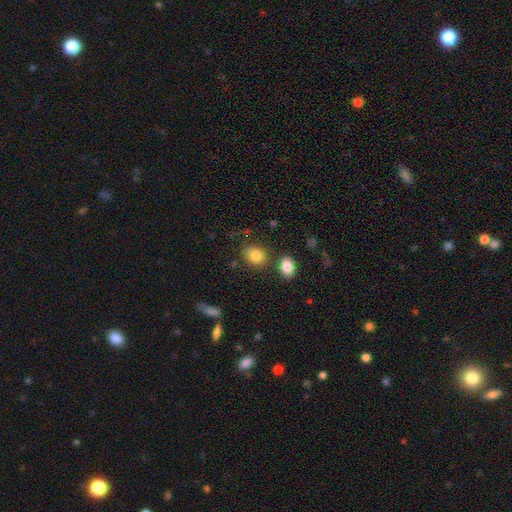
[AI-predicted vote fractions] Overall: smooth (83%). How rounded: round (54%; in between 45%). Merging: none (71%).